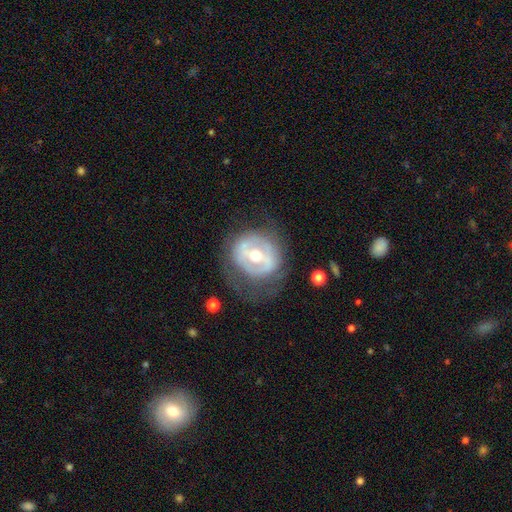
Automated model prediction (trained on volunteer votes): A featured or disk galaxy (69%) with a strong bar (40%), no spiral arms (68%) and a moderate central bulge (71%).

Vote fractions:
- Smooth or featured? featured or disk: 69% / smooth: 25% / star or artifact: 6%
- Edge-on disk? no: 95% / yes: 5%
- Bar? strong: 40% / weak: 37% / no: 23%
- Spiral arms? no: 68% / yes: 32%
- Bulge size? moderate: 71% / small: 21% / large: 6% / none: 1% / dominant: 1%
- Merging? none: 63% / minor disturbance: 19% / major disturbance: 16% / merger: 2%